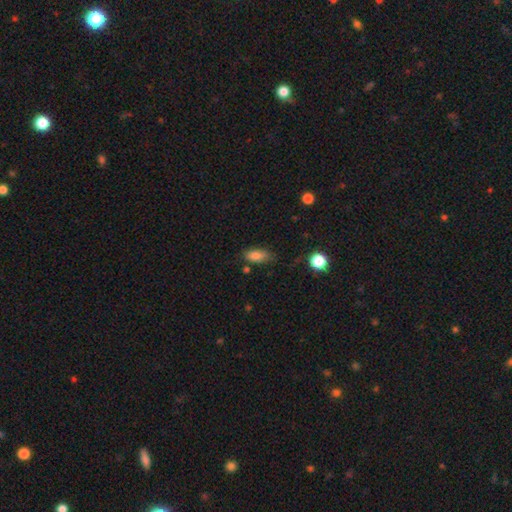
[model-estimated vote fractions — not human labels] smooth-or-featured: smooth: 83% | star or artifact: 9% | featured or disk: 8%
  how-rounded: in between: 84% | cigar-shaped: 12% | round: 4%
  merging: none: 68% | minor disturbance: 23% | major disturbance: 6% | merger: 4%